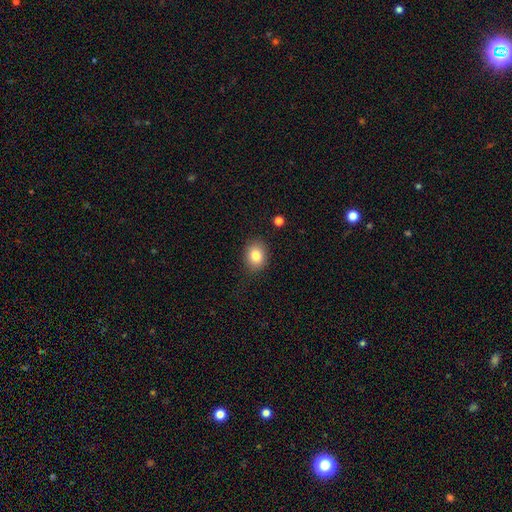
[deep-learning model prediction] The model was most divided on "how rounded": round: 50%, in between: 49%, cigar-shaped: 1%. More confident: merging — none (86%); smooth or featured — smooth (82%).